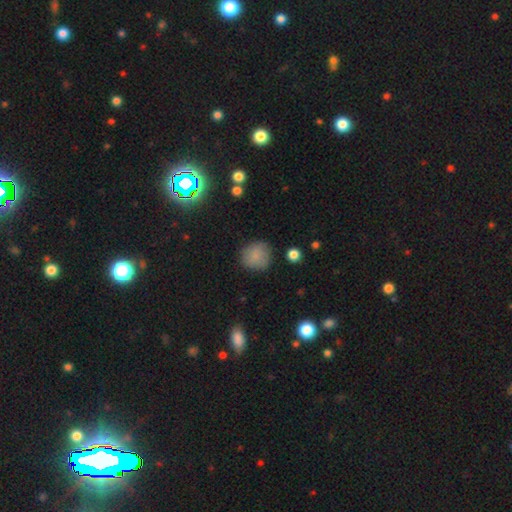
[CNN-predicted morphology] Smooth or featured? Predicted: smooth (p=0.83). How rounded? Predicted: round (p=0.90). Merging? Predicted: none (p=0.81).